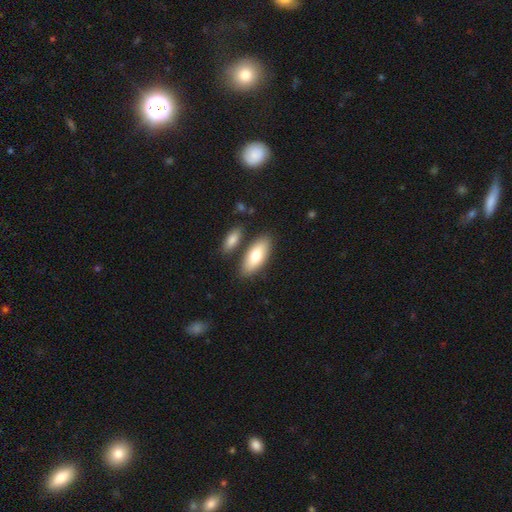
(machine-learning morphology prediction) Overall: smooth (78%). How rounded: in between (80%). Merging: none (75%).